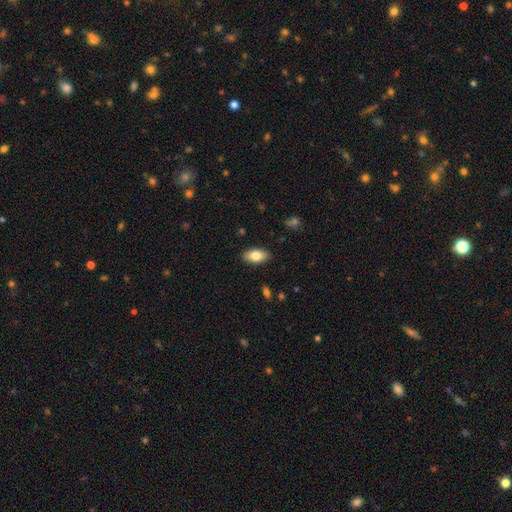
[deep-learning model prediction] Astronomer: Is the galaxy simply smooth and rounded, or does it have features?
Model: smooth — 80%.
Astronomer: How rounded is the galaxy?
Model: in between — 92%.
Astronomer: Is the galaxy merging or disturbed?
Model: none — 89%.